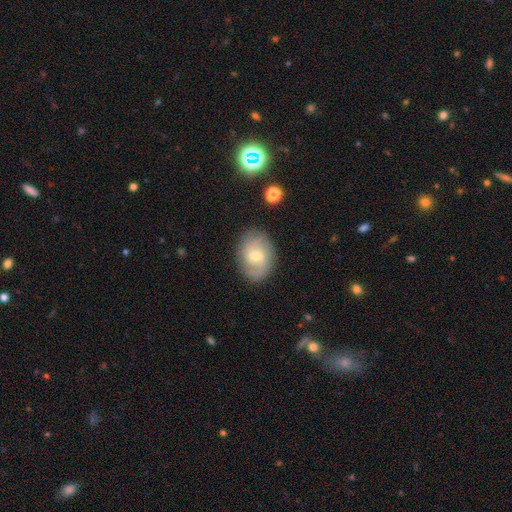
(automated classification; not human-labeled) The model was most divided on "bulge size": moderate: 53%, small: 42%, large: 2%, none: 1%, dominant: 1%. More confident: edge-on disk — no (95%); merging — none (80%); spiral arms — yes (80%); bar — no (56%); smooth or featured — featured or disk (55%).